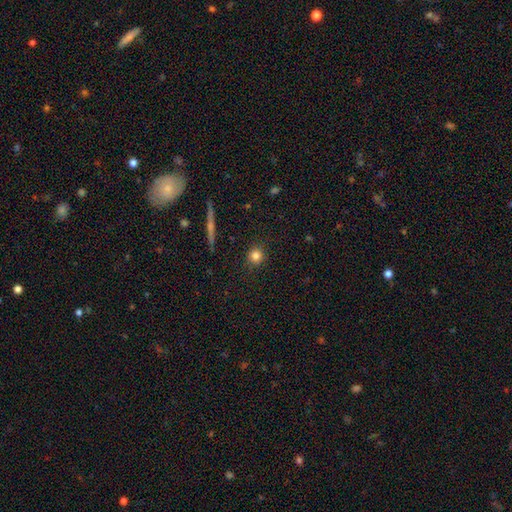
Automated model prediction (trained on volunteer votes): A smooth galaxy with no disk features (81%) that is round (91%). Merging: none (90%).